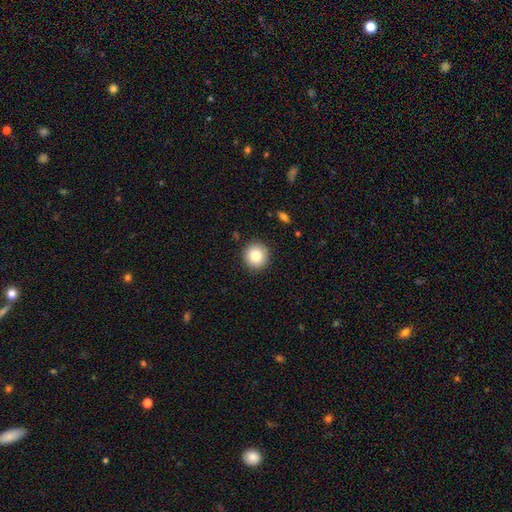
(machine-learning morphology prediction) Overall: smooth (85%). How rounded: round (94%). Merging: none (90%).